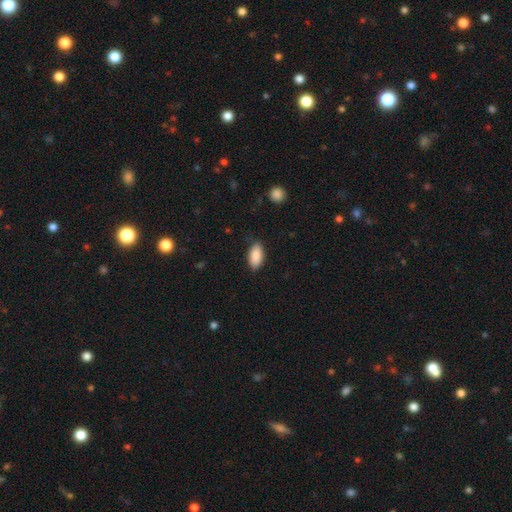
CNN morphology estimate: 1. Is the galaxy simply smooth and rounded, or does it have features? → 88% smooth, 6% star or artifact, 6% featured or disk.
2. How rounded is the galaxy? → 91% in between, 6% cigar-shaped, 3% round.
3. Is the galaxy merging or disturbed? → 82% none, 14% minor disturbance, 3% major disturbance, 1% merger.